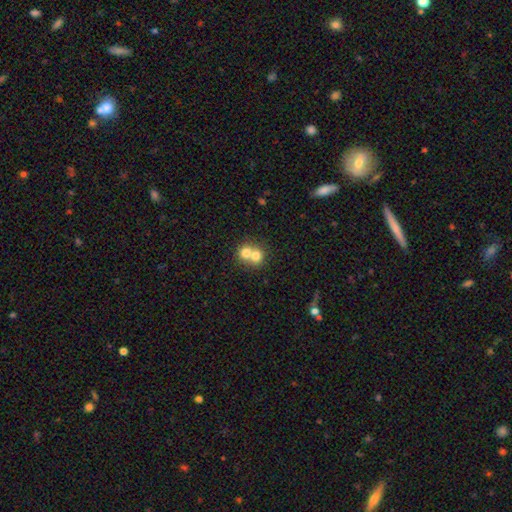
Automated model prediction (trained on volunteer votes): Smooth or featured?
  - smooth: 72% *
  - featured or disk: 18%
  - star or artifact: 10%
How rounded?
  - round: 79% *
  - in between: 20%
  - cigar-shaped: 1%
Merging?
  - merger: 70% *
  - none: 24%
  - minor disturbance: 4%
  - major disturbance: 2%